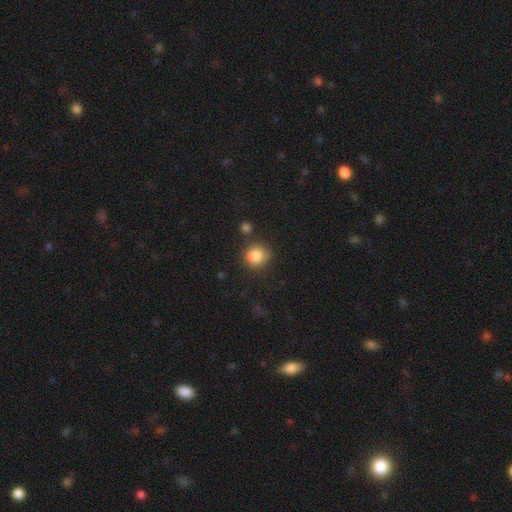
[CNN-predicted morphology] This is clearly a smooth galaxy (85%). How rounded: clearly round (84%). Merging: likely none (76%).